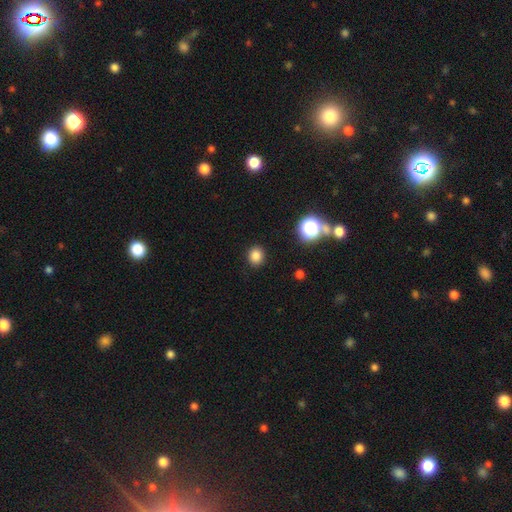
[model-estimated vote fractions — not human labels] A smooth galaxy with no disk features (83%) that is round (79%). Merging: none (90%).